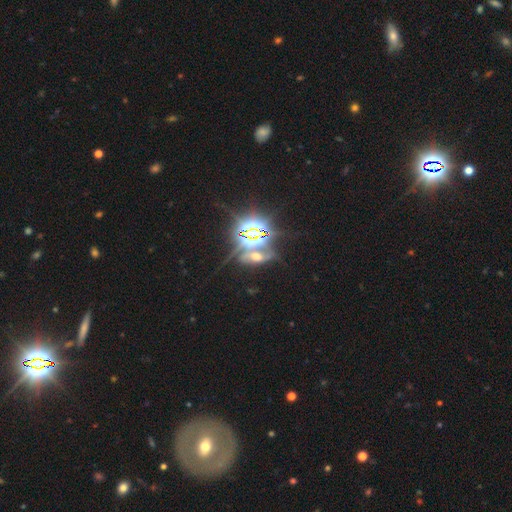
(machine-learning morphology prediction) A star or artifact, not a galaxy (66%).